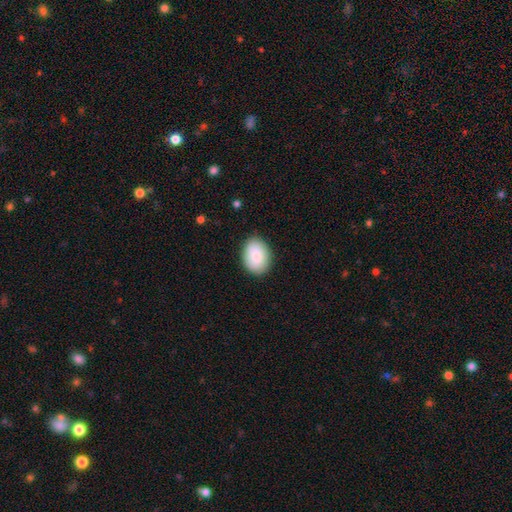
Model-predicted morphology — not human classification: Smooth or featured?
  - smooth: 87% *
  - featured or disk: 7%
  - star or artifact: 6%
How rounded?
  - in between: 76% *
  - round: 23%
  - cigar-shaped: 1%
Merging?
  - none: 87% *
  - minor disturbance: 10%
  - major disturbance: 2%
  - merger: 1%